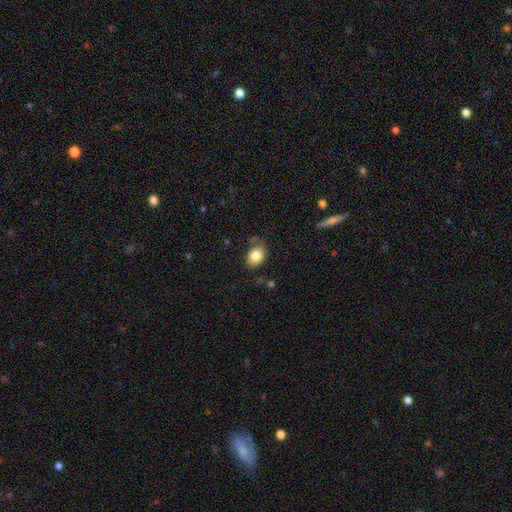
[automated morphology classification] type=smooth (80%); roundness=in between (77%); merging=none (64%).